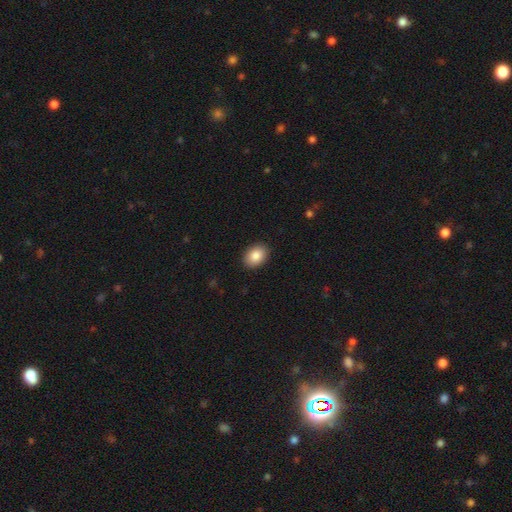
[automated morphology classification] A smooth galaxy with no disk features (87%) that is in between round and cigar-shaped (78%).

Vote fractions:
- Smooth or featured? smooth: 87% / star or artifact: 7% / featured or disk: 6%
- How rounded? in between: 78% / round: 21% / cigar-shaped: 1%
- Merging? none: 90% / minor disturbance: 7% / major disturbance: 2% / merger: 1%